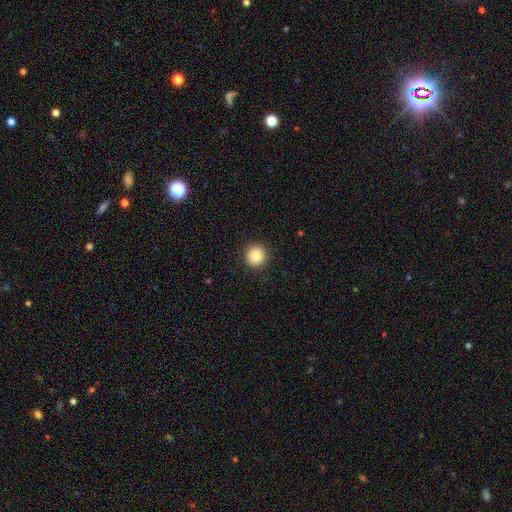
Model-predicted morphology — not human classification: Smooth or featured?
  - smooth: 86% *
  - star or artifact: 9%
  - featured or disk: 5%
How rounded?
  - round: 93% *
  - in between: 6%
  - cigar-shaped: 1%
Merging?
  - none: 91% *
  - minor disturbance: 6%
  - major disturbance: 2%
  - merger: 1%